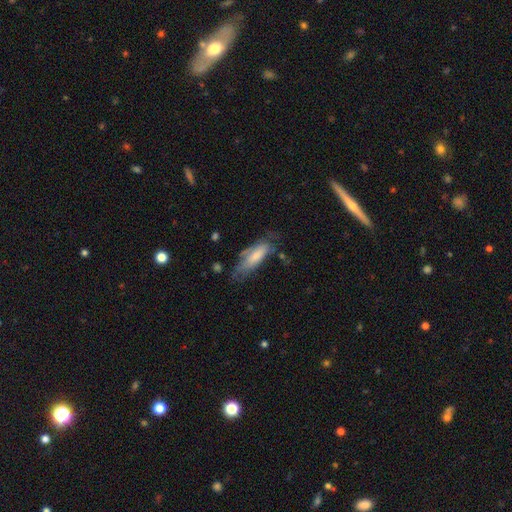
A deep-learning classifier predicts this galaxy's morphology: This is likely a smooth galaxy (67%). How rounded: possibly in between (59%). Merging: possibly none (46%).